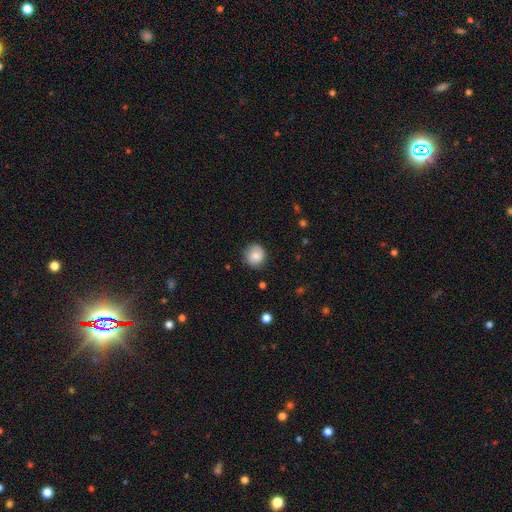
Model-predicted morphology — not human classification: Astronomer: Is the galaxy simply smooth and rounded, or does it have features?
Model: smooth — 80%.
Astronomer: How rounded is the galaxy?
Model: round — 90%.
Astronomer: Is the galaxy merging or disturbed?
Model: none — 83%.